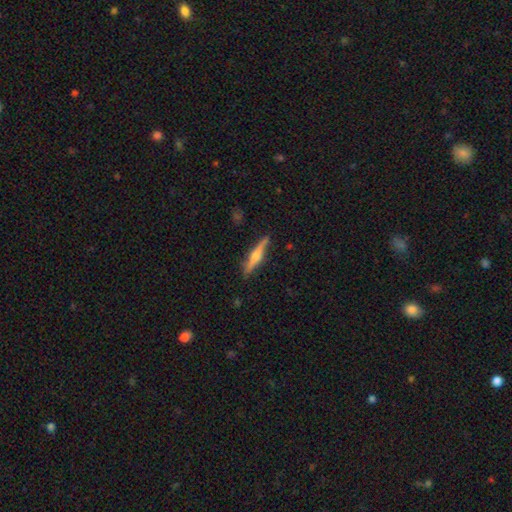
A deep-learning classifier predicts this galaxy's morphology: smooth-or-featured: featured or disk: 65% | smooth: 29% | star or artifact: 6%
  disk-edge-on: yes: 97% | no: 3%
    edge-on-bulge: rounded: 88% | boxy: 7% | none: 5%
  merging: none: 87% | minor disturbance: 10% | major disturbance: 2% | merger: 1%